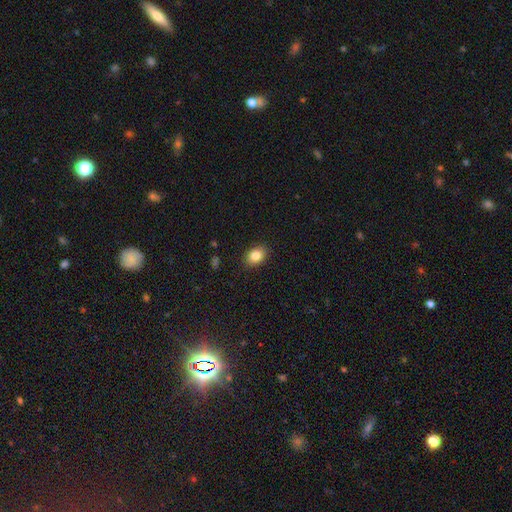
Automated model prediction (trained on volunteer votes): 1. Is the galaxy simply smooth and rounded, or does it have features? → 85% smooth, 9% star or artifact, 7% featured or disk.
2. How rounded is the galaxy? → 76% in between, 23% round, 1% cigar-shaped.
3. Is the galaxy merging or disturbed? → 88% none, 8% minor disturbance, 2% major disturbance, 1% merger.